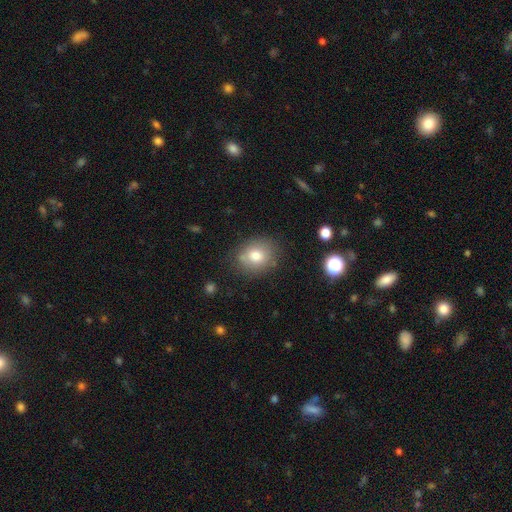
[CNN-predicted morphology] A smooth galaxy with no disk features (77%) that is round (62%). Merging: none (76%).